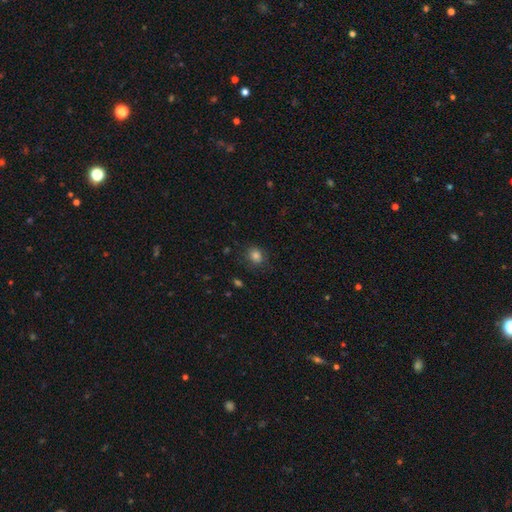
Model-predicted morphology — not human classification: Smooth or featured? Predicted: smooth (p=0.83). How rounded? Predicted: round (p=0.58). Merging? Predicted: none (p=0.77).